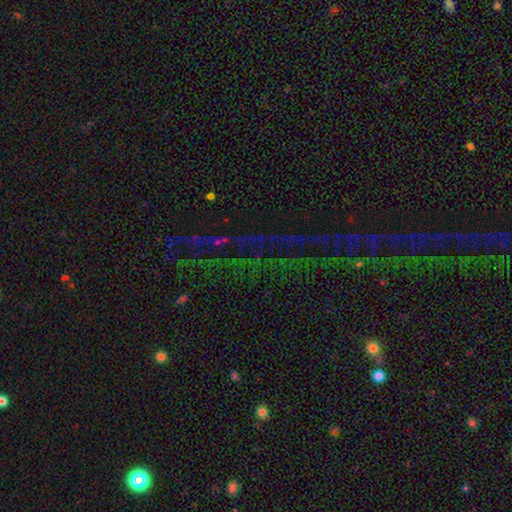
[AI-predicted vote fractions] A star or artifact, not a galaxy (77%).

Vote fractions:
- Smooth or featured? star or artifact: 77% / smooth: 12% / featured or disk: 11%